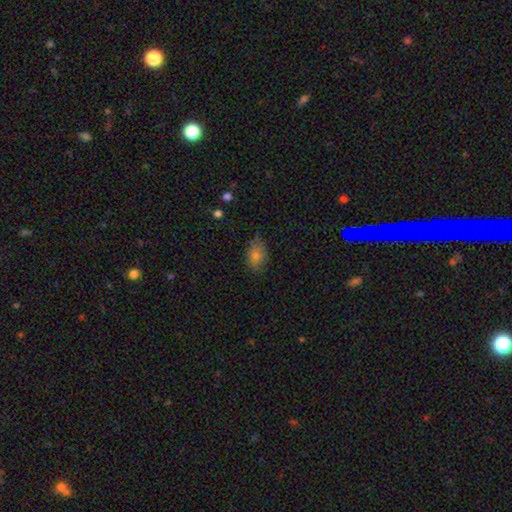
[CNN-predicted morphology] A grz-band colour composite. It shows a smooth galaxy with no disk features (74%) that is in between round and cigar-shaped (83%). Merging: none (71%).